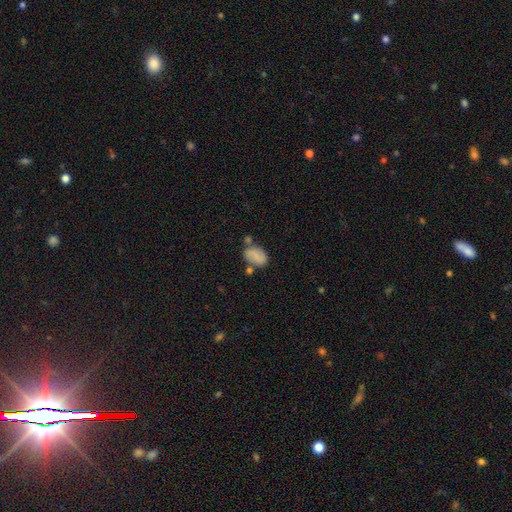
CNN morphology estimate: smooth-or-featured: smooth: 69% | featured or disk: 22% | star or artifact: 10%
  how-rounded: in between: 85% | round: 14% | cigar-shaped: 2%
  merging: none: 50% | minor disturbance: 21% | merger: 21% | major disturbance: 8%